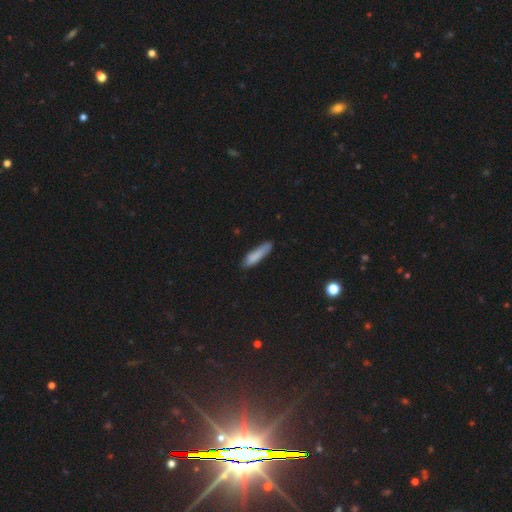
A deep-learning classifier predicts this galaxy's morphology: type=smooth (84%); roundness=cigar-shaped (81%); merging=none (75%).